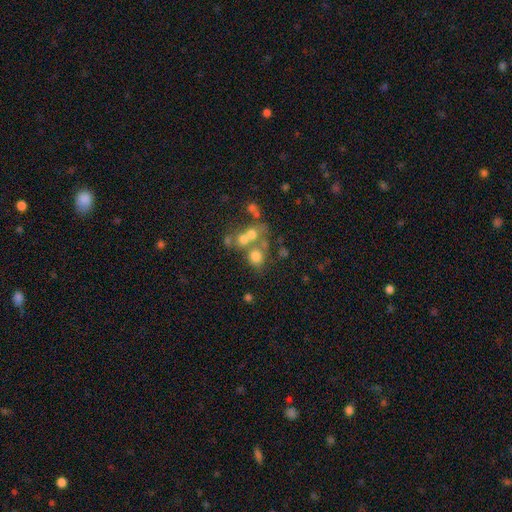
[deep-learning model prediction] The model was most divided on "merging": merger: 47%, none: 38%, minor disturbance: 8%, major disturbance: 6%. More confident: how rounded — round (75%); smooth or featured — smooth (59%).